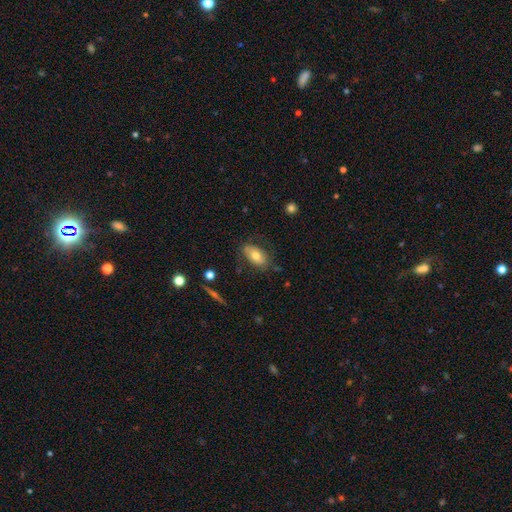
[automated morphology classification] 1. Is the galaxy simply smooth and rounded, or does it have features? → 68% smooth, 24% featured or disk, 8% star or artifact.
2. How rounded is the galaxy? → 90% in between, 5% round, 5% cigar-shaped.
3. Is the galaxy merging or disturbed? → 74% none, 19% minor disturbance, 5% major disturbance, 2% merger.